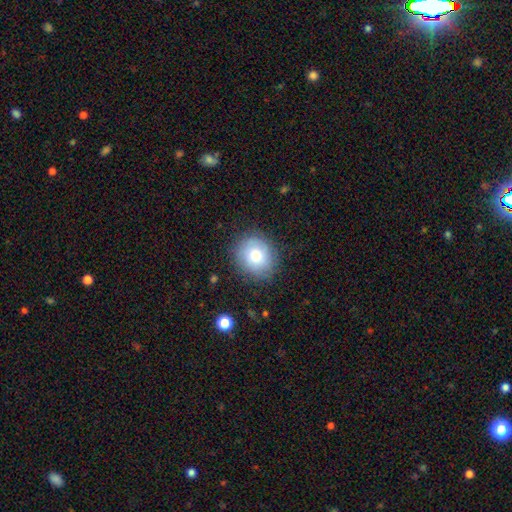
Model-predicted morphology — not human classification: Smooth or featured? Predicted: smooth (p=0.75). How rounded? Predicted: round (p=0.78). Merging? Predicted: none (p=0.82).